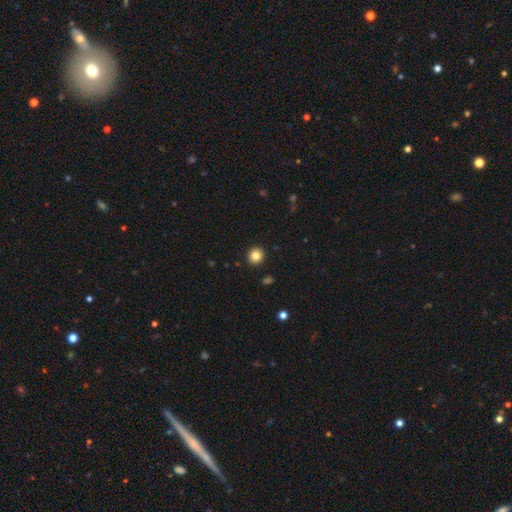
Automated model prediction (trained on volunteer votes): Overall: smooth (83%). How rounded: round (89%). Merging: none (93%).